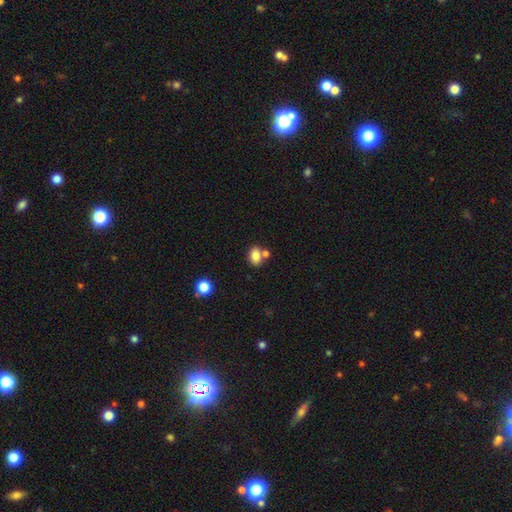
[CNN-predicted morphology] A smooth galaxy with no disk features (82%) that is in between round and cigar-shaped (75%). Merging: none (57%).